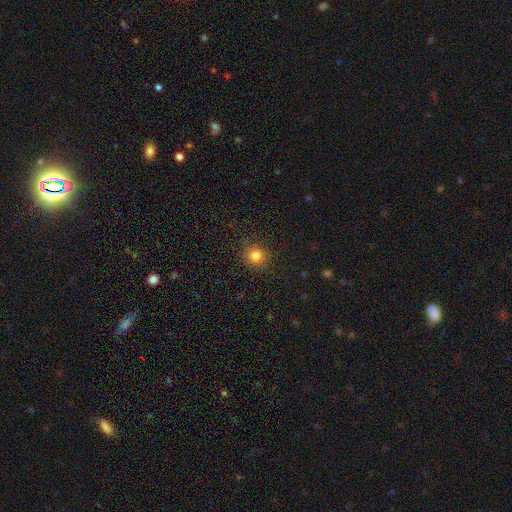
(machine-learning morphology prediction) A smooth galaxy with no disk features (82%) that is round (89%). Merging: none (90%).